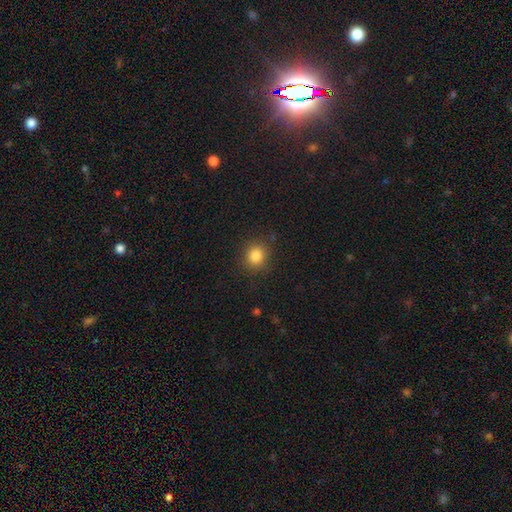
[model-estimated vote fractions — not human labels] Smooth or featured? Predicted: smooth (p=0.84). How rounded? Predicted: round (p=0.79). Merging? Predicted: none (p=0.86).